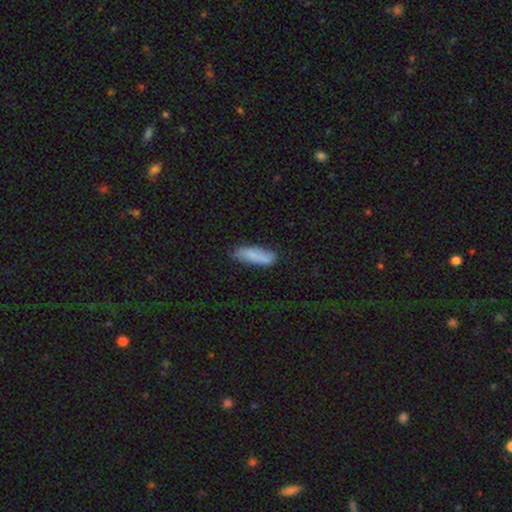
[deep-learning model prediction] smooth_or_featured: smooth (p=0.79) [alt: featured or disk p=0.15]
how_rounded: in between (p=0.50) [alt: cigar-shaped p=0.48]
merging: none (p=0.72) [alt: minor disturbance p=0.21]